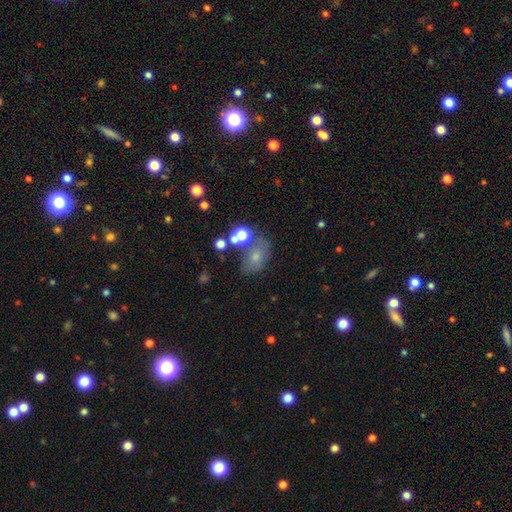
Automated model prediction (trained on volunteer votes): Smooth or featured?
  - smooth: 62% *
  - featured or disk: 19%
  - star or artifact: 18%
How rounded?
  - in between: 69% *
  - round: 30%
  - cigar-shaped: 2%
Merging?
  - none: 48% *
  - merger: 20%
  - minor disturbance: 19%
  - major disturbance: 12%